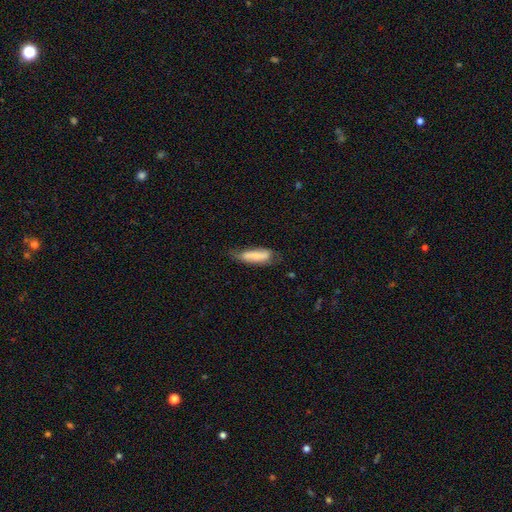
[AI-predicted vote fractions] smooth 71%, featured or disk 23%, star or artifact 6%. Down the decision tree: how rounded — cigar-shaped (55%); merging — none (49%).